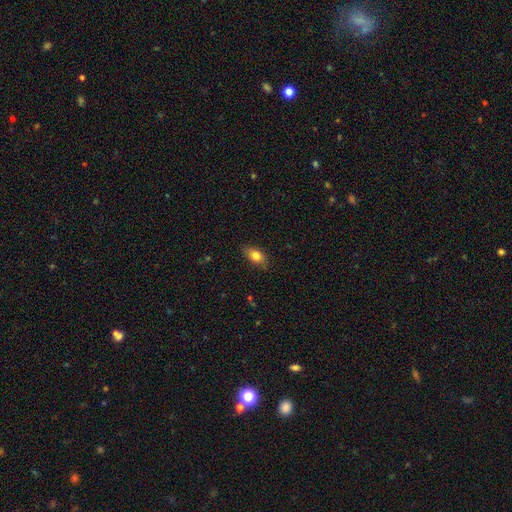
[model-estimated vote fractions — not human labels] Smooth or featured?
  - smooth: 80% *
  - featured or disk: 11%
  - star or artifact: 8%
How rounded?
  - in between: 82% *
  - round: 12%
  - cigar-shaped: 6%
Merging?
  - none: 80% *
  - minor disturbance: 16%
  - major disturbance: 3%
  - merger: 1%